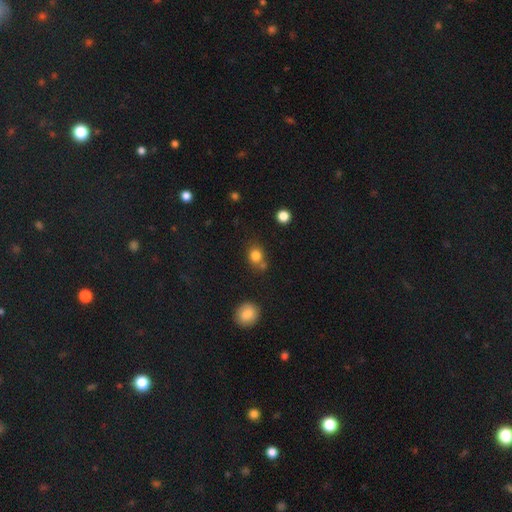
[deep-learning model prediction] Smooth or featured: smooth — 81% (star or artifact — 13%)
How rounded: round — 70% (in between — 29%)
Merging: none — 65% (merger — 17%)